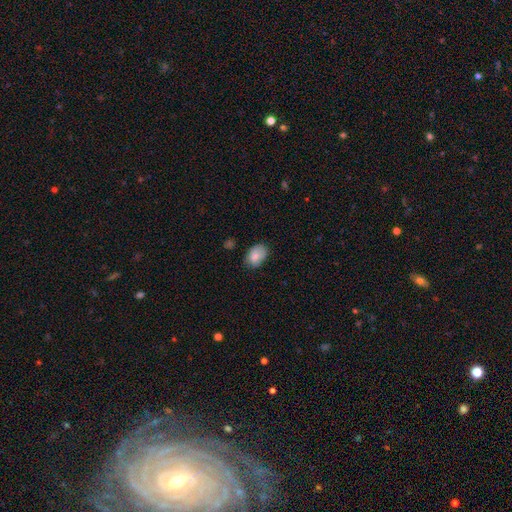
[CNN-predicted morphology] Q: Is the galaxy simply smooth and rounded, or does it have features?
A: smooth — 81%.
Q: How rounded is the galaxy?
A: in between — 82%.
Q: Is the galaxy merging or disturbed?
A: none — 64%.